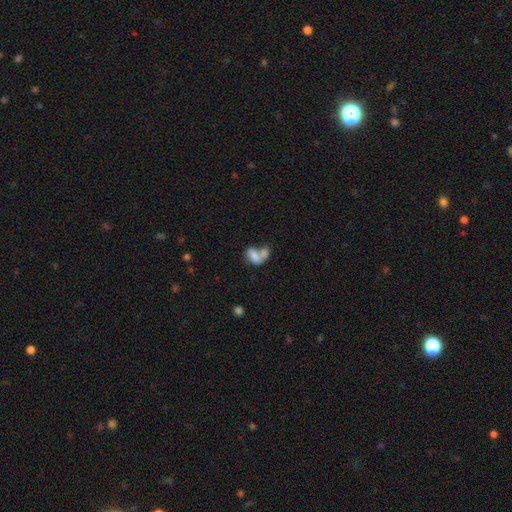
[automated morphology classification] A smooth galaxy with no disk features (71%) that is in between round and cigar-shaped (83%).

Vote fractions:
- Smooth or featured? smooth: 71% / featured or disk: 20% / star or artifact: 9%
- How rounded? in between: 83% / round: 14% / cigar-shaped: 2%
- Merging? merger: 67% / none: 16% / minor disturbance: 8% / major disturbance: 8%